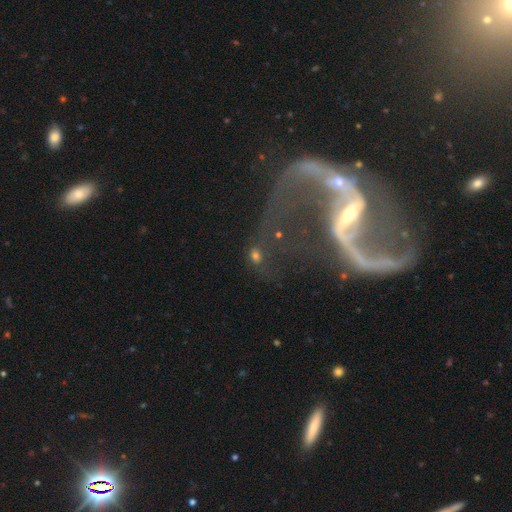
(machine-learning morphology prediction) Smooth or featured? Predicted: smooth (p=0.47). Merging? Predicted: none (p=0.54).